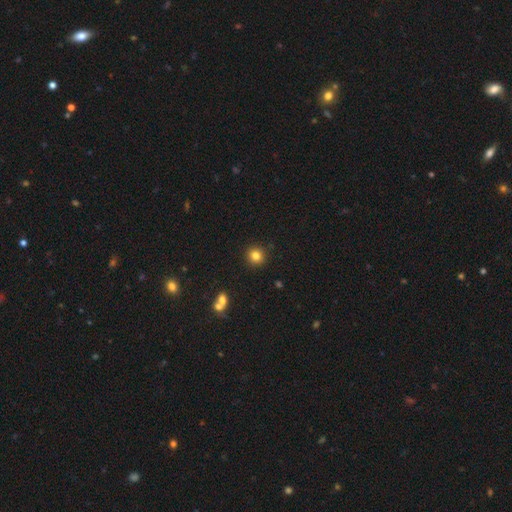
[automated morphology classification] smooth-or-featured: smooth: 83% | star or artifact: 12% | featured or disk: 6%
  how-rounded: round: 92% | in between: 7% | cigar-shaped: 1%
  merging: none: 91% | minor disturbance: 5% | merger: 2% | major disturbance: 2%